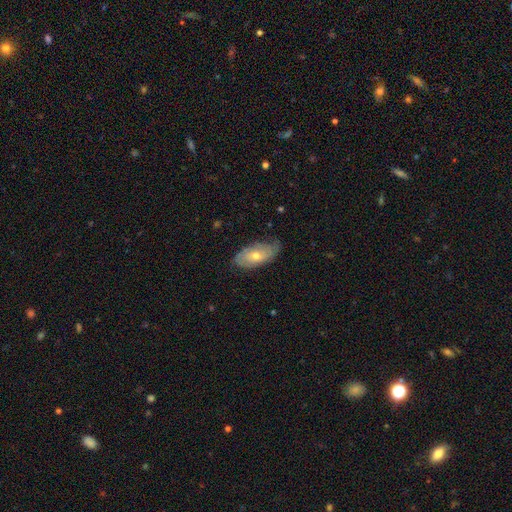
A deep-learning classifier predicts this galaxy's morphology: A featured or disk galaxy (53%). Merging: none (69%).